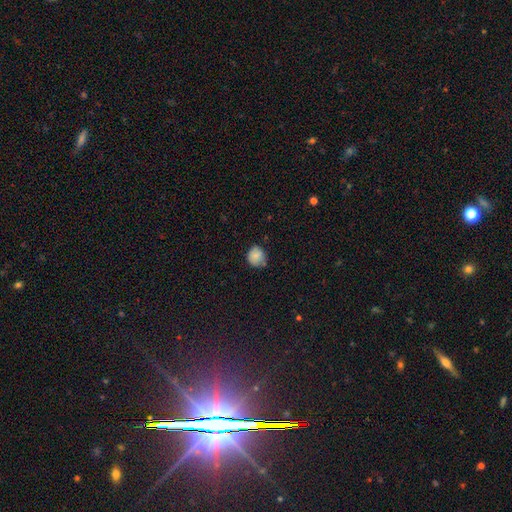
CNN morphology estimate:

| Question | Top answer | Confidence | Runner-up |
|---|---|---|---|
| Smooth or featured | smooth | 85% | star or artifact (9%) |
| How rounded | round | 83% | in between (16%) |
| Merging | none | 70% | minor disturbance (23%) |